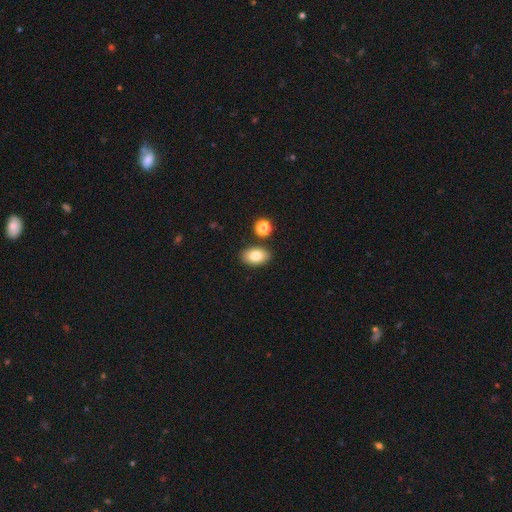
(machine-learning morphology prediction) This appears to be a smooth galaxy with no disk features (81%) that is in between round and cigar-shaped (88%). Merging: none (85%).